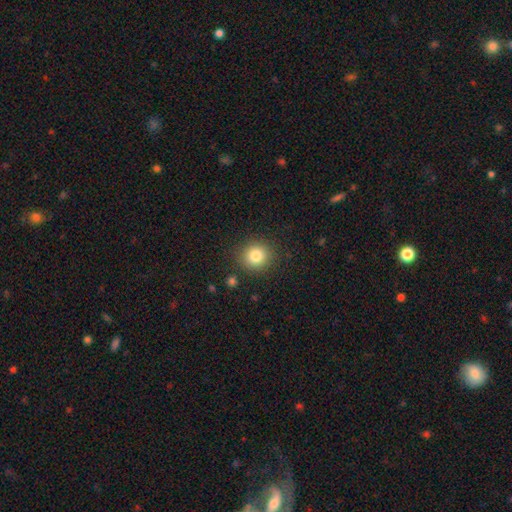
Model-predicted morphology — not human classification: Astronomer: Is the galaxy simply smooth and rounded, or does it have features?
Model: smooth — 82%.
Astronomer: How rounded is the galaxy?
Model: round — 88%.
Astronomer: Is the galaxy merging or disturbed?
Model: none — 88%.